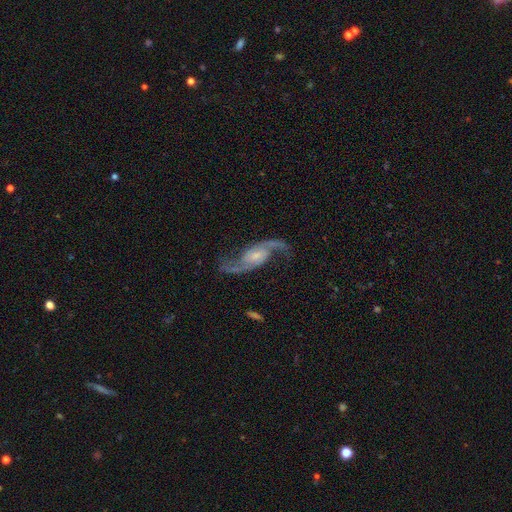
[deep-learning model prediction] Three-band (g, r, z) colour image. It shows a featured or disk galaxy (91%) with no bar (46%), 2 (94%) loose (62%) spiral arms (98%) and a small central bulge (54%). Merging: none (78%).